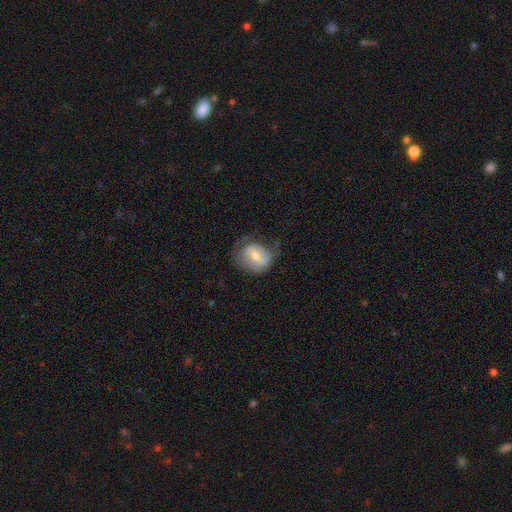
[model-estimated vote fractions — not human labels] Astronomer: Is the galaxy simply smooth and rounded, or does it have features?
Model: smooth — 51% (runner-up: featured or disk, 41%).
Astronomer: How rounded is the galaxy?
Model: round — 55% (runner-up: in between, 44%).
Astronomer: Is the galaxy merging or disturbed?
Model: none — 54%.